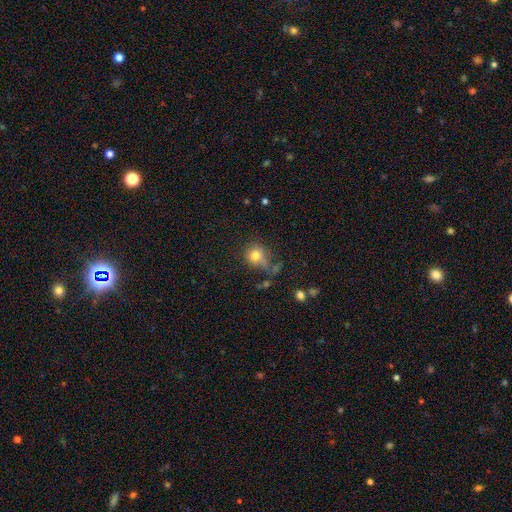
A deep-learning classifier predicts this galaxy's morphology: smooth 77%, star or artifact 12%, featured or disk 11%. Down the decision tree: how rounded — round (81%); merging — none (51%).